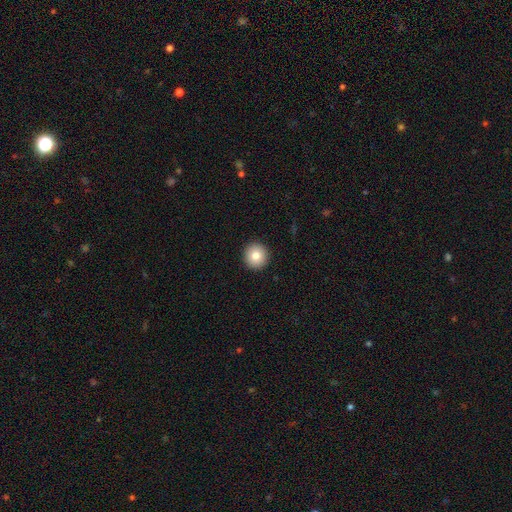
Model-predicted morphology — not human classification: Smooth or featured? Predicted: smooth (p=0.82). How rounded? Predicted: round (p=0.95). Merging? Predicted: none (p=0.93).